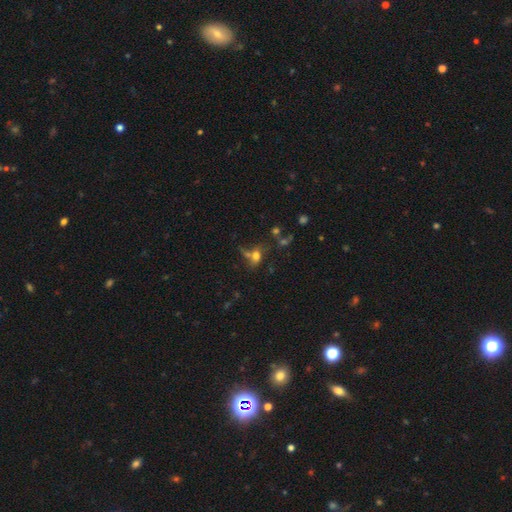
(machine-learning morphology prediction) Smooth or featured? smooth (66%)
How rounded? in between (60%)
Merging? none (40%)